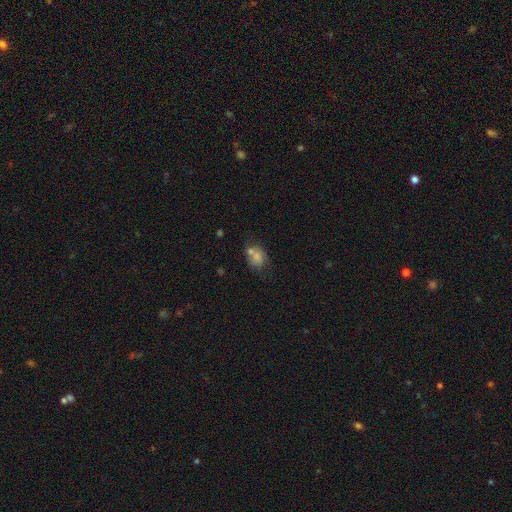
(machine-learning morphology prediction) Overall: smooth (70%). How rounded: in between (58%; round 41%). Merging: none (40%; merger 31%).